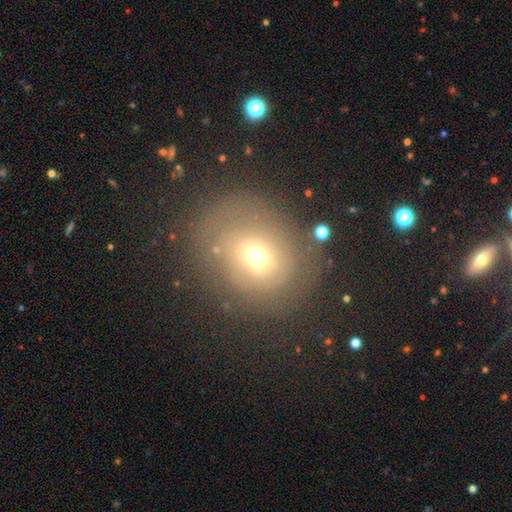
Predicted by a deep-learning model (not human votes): Overall: smooth (57%; featured or disk 25%). How rounded: round (66%; in between 33%). Merging: none (68%).